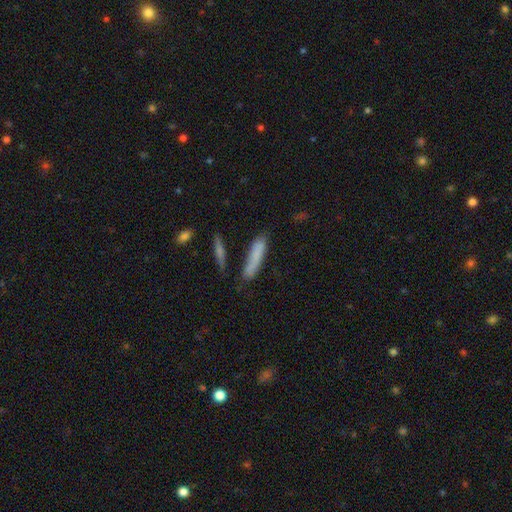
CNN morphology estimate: Smooth or featured?
  - smooth: 77% *
  - featured or disk: 16%
  - star or artifact: 8%
How rounded?
  - cigar-shaped: 83% *
  - in between: 15%
  - round: 2%
Merging?
  - none: 64% *
  - minor disturbance: 20%
  - merger: 10%
  - major disturbance: 7%